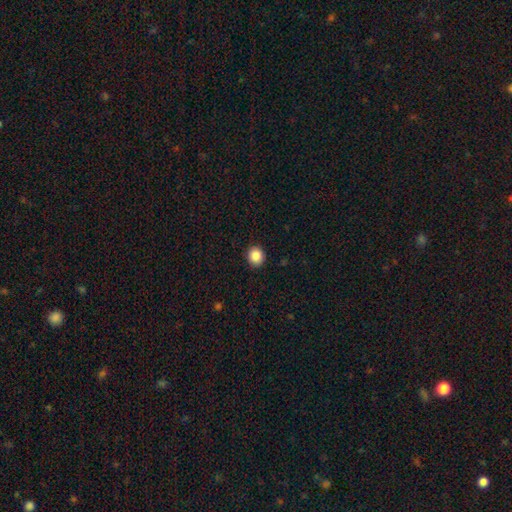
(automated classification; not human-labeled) smooth 87%, star or artifact 9%, featured or disk 3%. Down the decision tree: how rounded — round (84%); merging — none (91%).